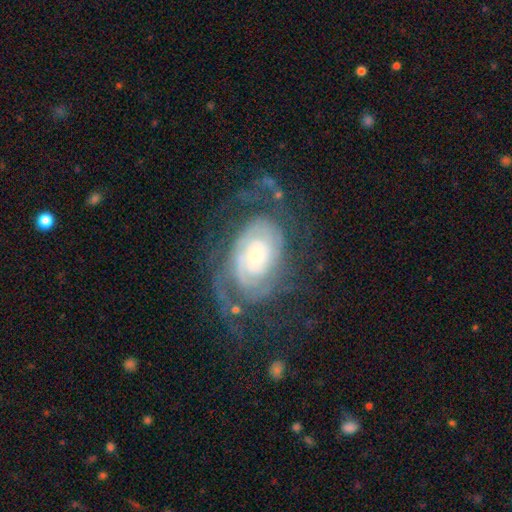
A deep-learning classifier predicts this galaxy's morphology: This appears to be a featured or disk galaxy (84%) with no bar (77%), tight (68%) spiral arms (92%) and a small central bulge (60%). Merging: none (58%).